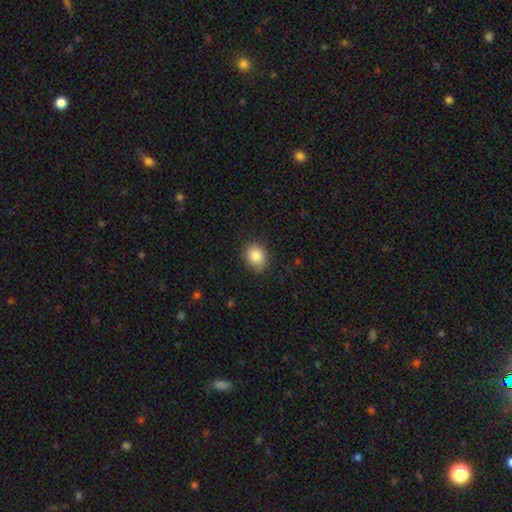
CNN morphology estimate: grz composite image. It shows a smooth galaxy with no disk features (84%) that is round (56%). Merging: none (80%).